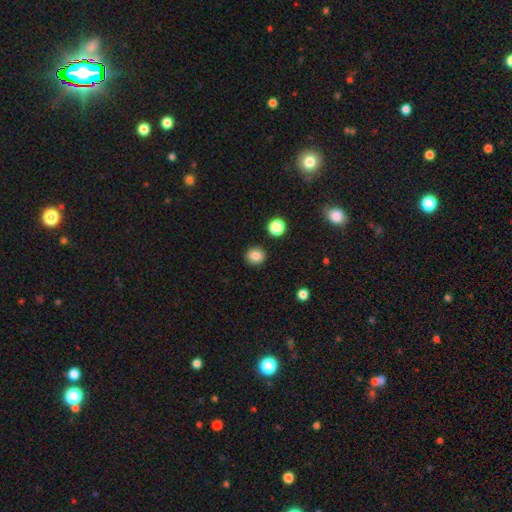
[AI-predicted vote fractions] Q: Smooth or featured?
A: smooth (85%); runner-up: star or artifact (10%)
Q: How rounded?
A: round (86%); runner-up: in between (13%)
Q: Merging?
A: none (91%); runner-up: minor disturbance (5%)